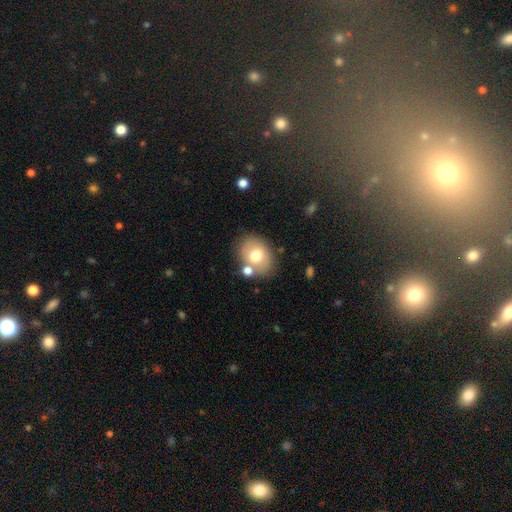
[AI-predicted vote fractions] This appears to be a smooth galaxy with no disk features (67%) that is in between round and cigar-shaped (50%). Merging: none (70%).